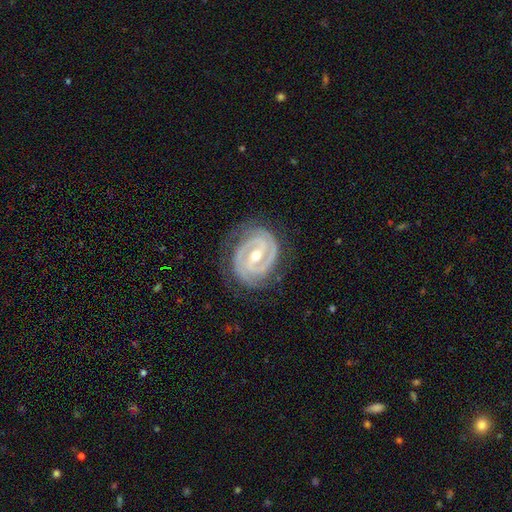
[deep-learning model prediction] This is clearly a featured or disk galaxy (92%). It is clearly not viewed edge-on (97%). Bar: marginally strong (45%). Spiral arm pattern: clearly yes (98%). Spiral arm count: likely 2 (80%). Spiral winding: likely tight (77%). Central bulge: possibly moderate (58%). Merging: clearly none (80%).